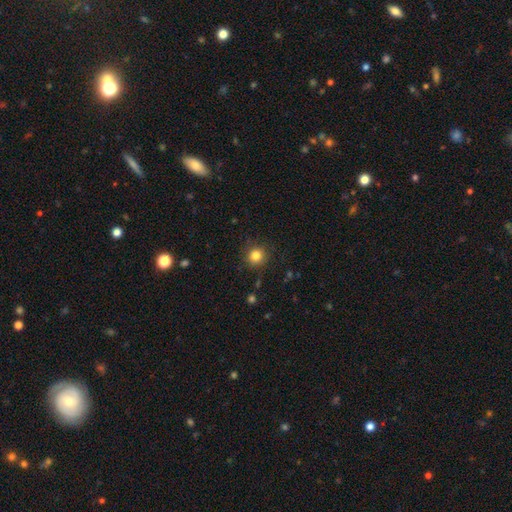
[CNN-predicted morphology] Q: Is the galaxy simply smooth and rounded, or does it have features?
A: smooth — 82%.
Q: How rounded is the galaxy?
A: round — 93%.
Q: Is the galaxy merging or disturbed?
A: none — 89%.